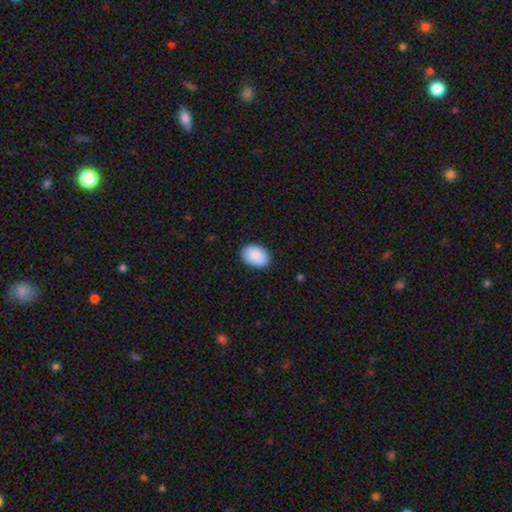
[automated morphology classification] smooth-or-featured: smooth: 89% | star or artifact: 6% | featured or disk: 5%
  how-rounded: in between: 88% | round: 11% | cigar-shaped: 1%
  merging: none: 84% | minor disturbance: 13% | major disturbance: 2% | merger: 1%